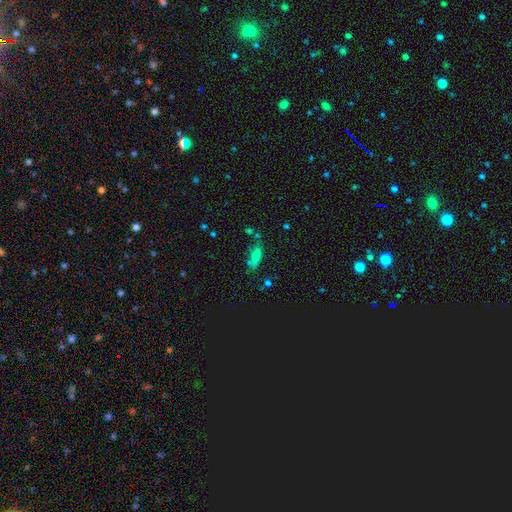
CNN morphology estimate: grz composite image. It shows a smooth galaxy with no disk features (58%) that is in between round and cigar-shaped (62%). Merging: none (61%).